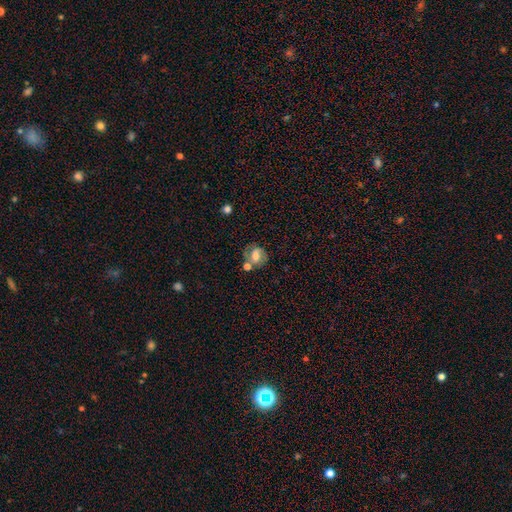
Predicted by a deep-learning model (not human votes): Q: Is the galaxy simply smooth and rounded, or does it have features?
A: smooth — 52%.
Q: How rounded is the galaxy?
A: round — 61%.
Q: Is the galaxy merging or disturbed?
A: none — 50%.